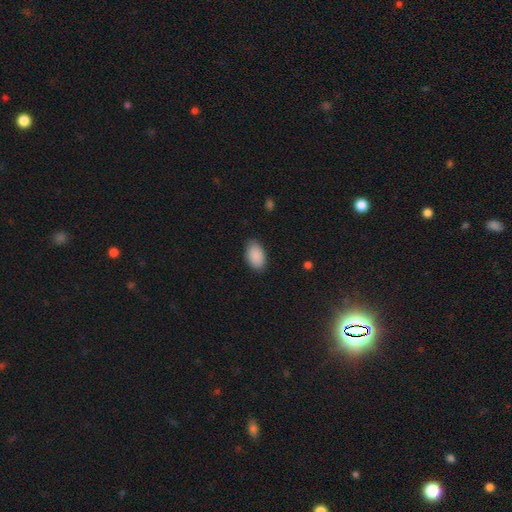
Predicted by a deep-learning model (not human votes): Overall: smooth (91%). How rounded: in between (93%). Merging: none (84%).